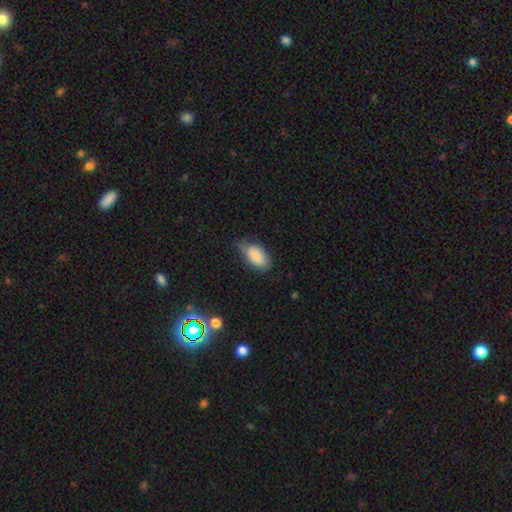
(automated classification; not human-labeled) A smooth galaxy with no disk features (82%) that is in between round and cigar-shaped (93%). Merging: none (55%).